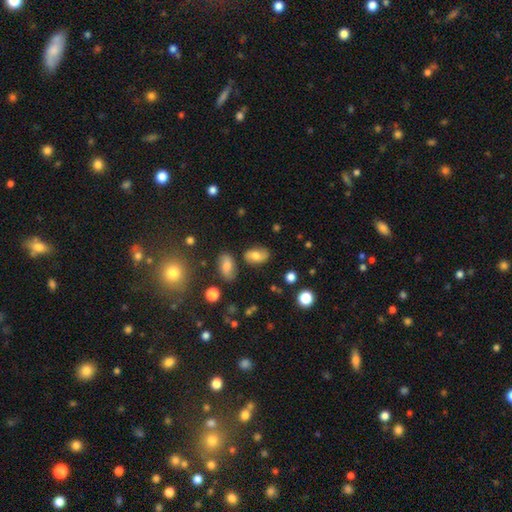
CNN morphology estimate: Smooth or featured? Predicted: smooth (p=0.62). How rounded? Predicted: in between (p=0.84). Merging? Predicted: none (p=0.71).